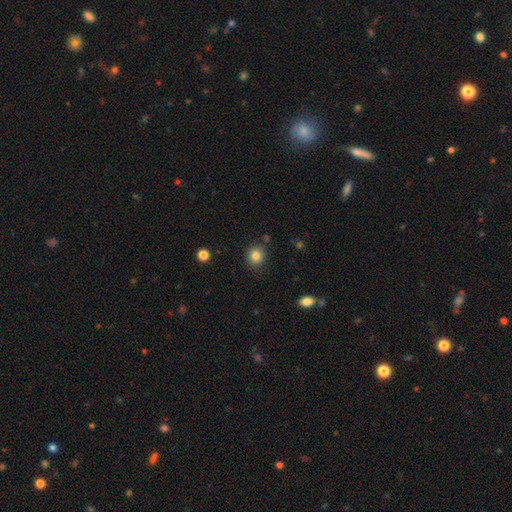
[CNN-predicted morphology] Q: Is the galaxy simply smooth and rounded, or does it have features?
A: smooth — 83%.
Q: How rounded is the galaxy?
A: round — 85%.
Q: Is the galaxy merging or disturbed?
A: none — 85%.